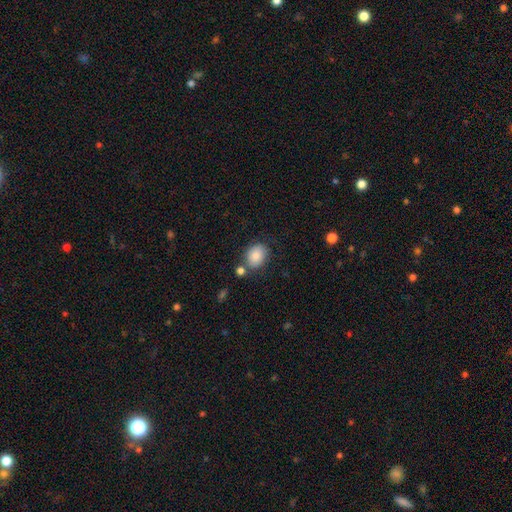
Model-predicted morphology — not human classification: The model was most divided on "how rounded": in between: 52%, round: 47%, cigar-shaped: 1%. More confident: smooth or featured — smooth (86%); merging — none (69%).